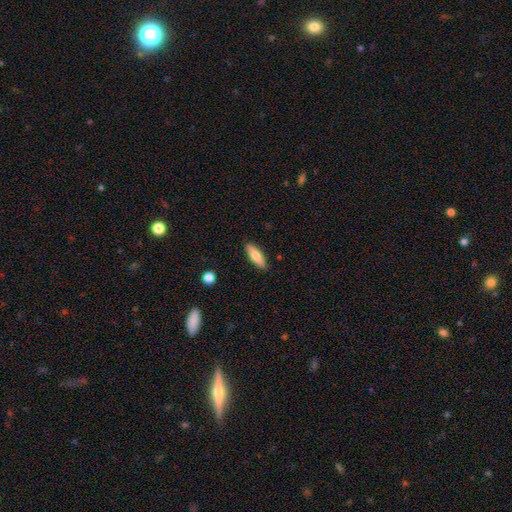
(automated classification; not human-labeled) Smooth or featured: smooth — 74% (featured or disk — 20%)
How rounded: in between — 55% (cigar-shaped — 43%)
Merging: none — 88% (minor disturbance — 8%)